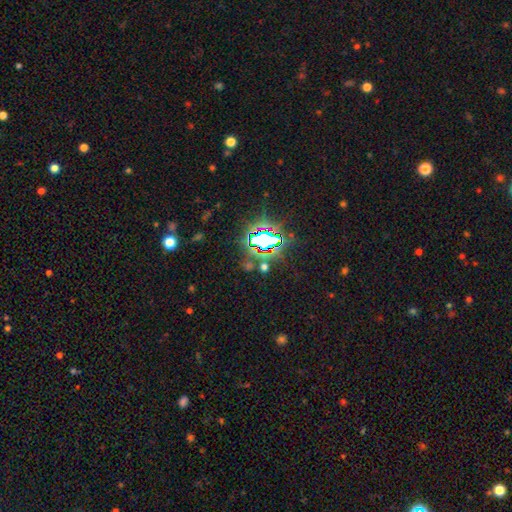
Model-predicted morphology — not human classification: smooth_or_featured: star or artifact (p=0.83) [alt: smooth p=0.10]